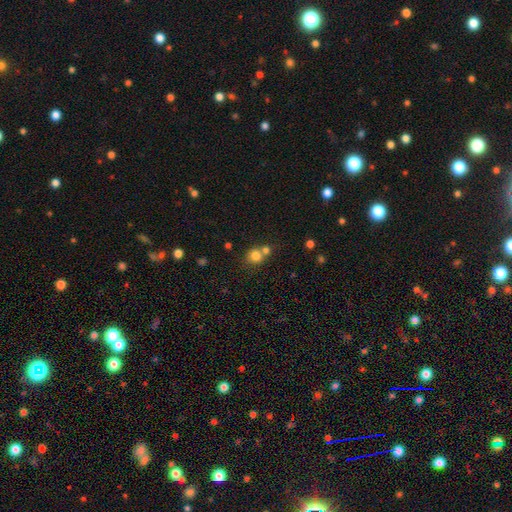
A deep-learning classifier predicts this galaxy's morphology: This appears to be a smooth galaxy with no disk features (79%) that is round (84%). Merging: none (50%).